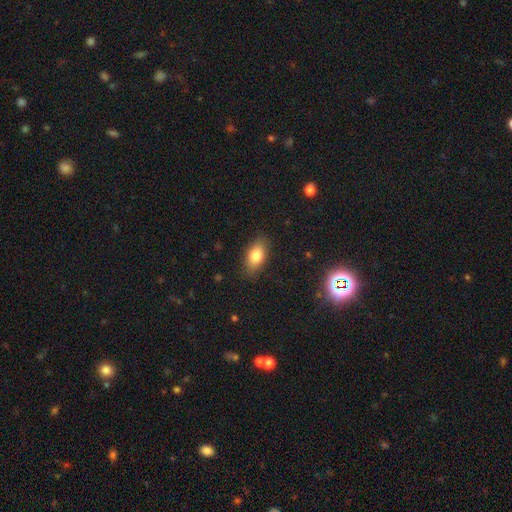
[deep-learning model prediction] smooth-or-featured: smooth: 80% | featured or disk: 12% | star or artifact: 8%
  how-rounded: in between: 88% | round: 7% | cigar-shaped: 5%
  merging: none: 86% | minor disturbance: 11% | major disturbance: 3% | merger: 1%